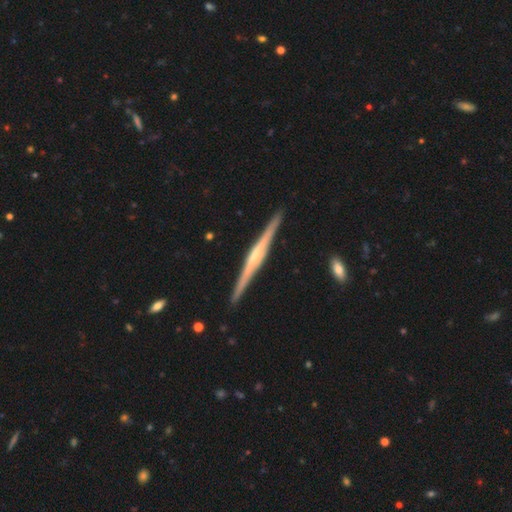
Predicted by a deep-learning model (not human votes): Smooth or featured? featured or disk (82%)
Edge-on disk? yes (98%)
Edge-on bulge? rounded (63%)
Merging? none (91%)